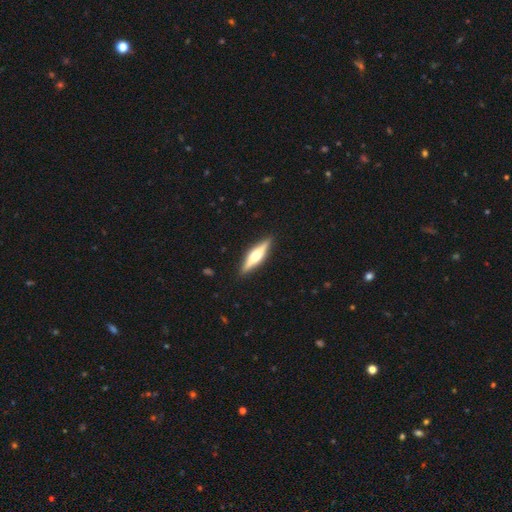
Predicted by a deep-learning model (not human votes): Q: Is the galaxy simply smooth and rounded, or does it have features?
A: featured or disk — 65%.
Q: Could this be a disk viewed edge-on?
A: yes — 96%.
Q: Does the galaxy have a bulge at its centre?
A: rounded — 94%.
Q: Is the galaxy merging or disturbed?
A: none — 90%.